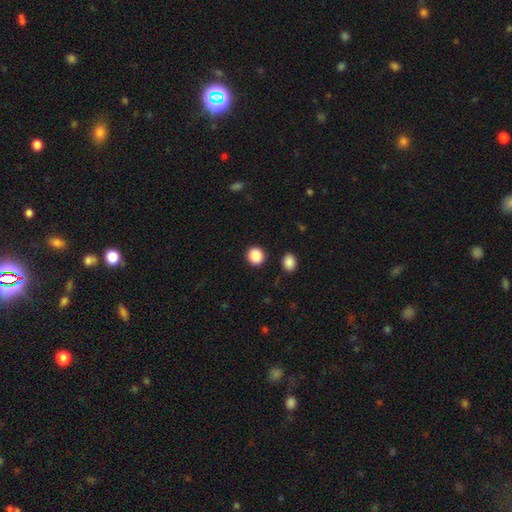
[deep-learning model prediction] This is clearly a smooth galaxy (89%). How rounded: clearly round (84%). Merging: clearly none (90%).